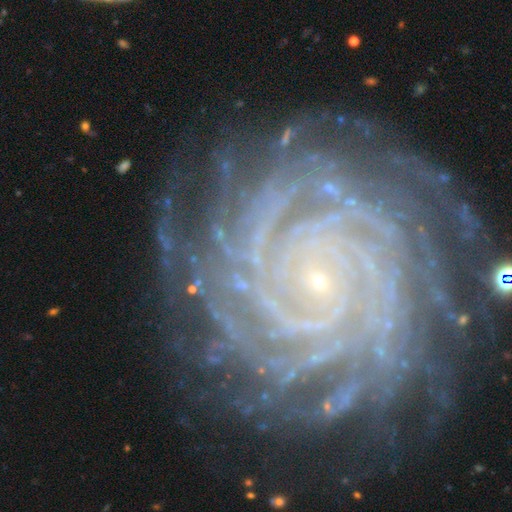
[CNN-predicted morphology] Q: Smooth or featured?
A: featured or disk (84%); runner-up: star or artifact (11%)
Q: Edge-on disk?
A: no (98%); runner-up: yes (2%)
Q: Bar?
A: no (59%); runner-up: weak (22%)
Q: Spiral arms?
A: yes (98%); runner-up: no (2%)
Q: Spiral winding?
A: tight (80%); runner-up: medium (16%)
Q: Spiral arm count?
A: more than 4 (24%); runner-up: 4 (18%)
Q: Bulge size?
A: small (82%); runner-up: moderate (10%)
Q: Merging?
A: none (70%); runner-up: minor disturbance (15%)